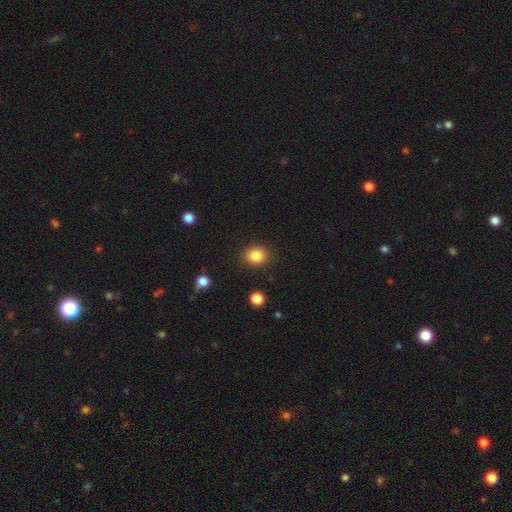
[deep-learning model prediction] Smooth or featured: smooth — 86% (star or artifact — 10%)
How rounded: round — 60% (in between — 39%)
Merging: none — 87% (minor disturbance — 9%)